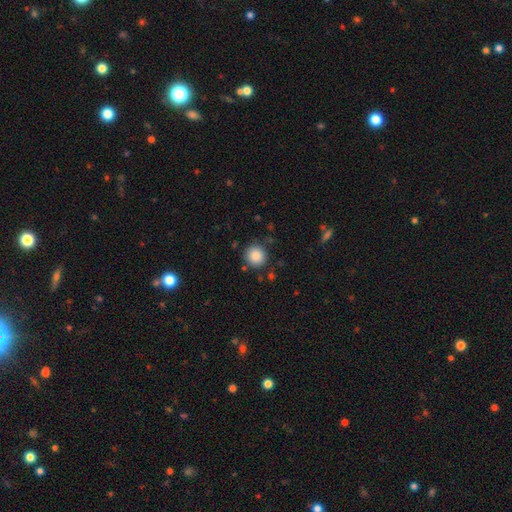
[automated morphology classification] smooth_or_featured: smooth (p=0.88) [alt: star or artifact p=0.09]
how_rounded: round (p=0.92) [alt: in between p=0.07]
merging: none (p=0.86) [alt: minor disturbance p=0.08]